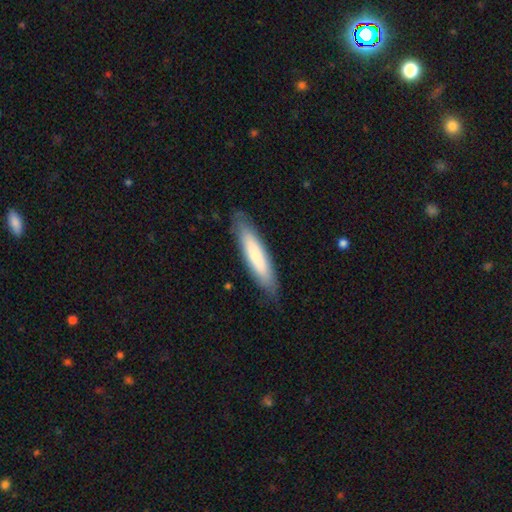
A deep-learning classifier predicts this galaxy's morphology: A smooth galaxy with no disk features (71%) that is cigar-shaped (80%).

Vote fractions:
- Smooth or featured? smooth: 71% / featured or disk: 24% / star or artifact: 5%
- How rounded? cigar-shaped: 80% / in between: 19% / round: 1%
- Merging? none: 84% / minor disturbance: 12% / major disturbance: 2% / merger: 1%